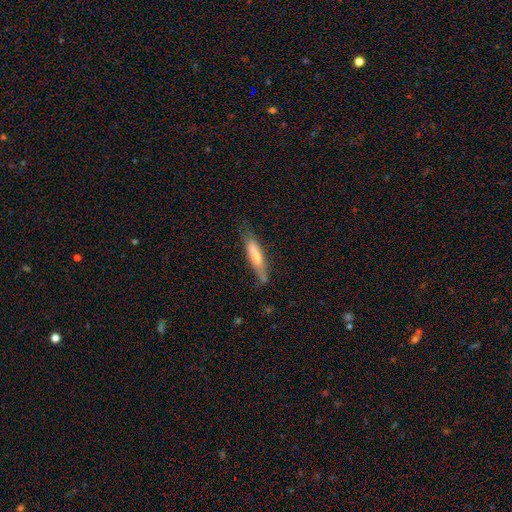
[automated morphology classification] Smooth or featured?
  - smooth: 57% *
  - featured or disk: 37%
  - star or artifact: 6%
How rounded?
  - cigar-shaped: 82% *
  - in between: 16%
  - round: 1%
Merging?
  - none: 66% *
  - minor disturbance: 25%
  - major disturbance: 6%
  - merger: 3%